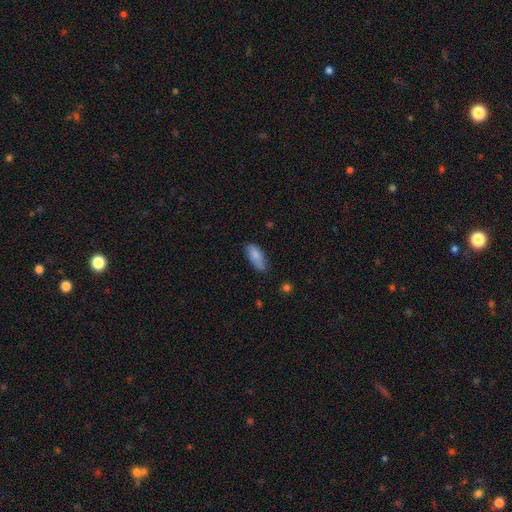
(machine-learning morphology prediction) The model was most divided on "merging": none: 62%, minor disturbance: 29%, major disturbance: 6%, merger: 3%. More confident: smooth or featured — smooth (83%); how rounded — in between (83%).